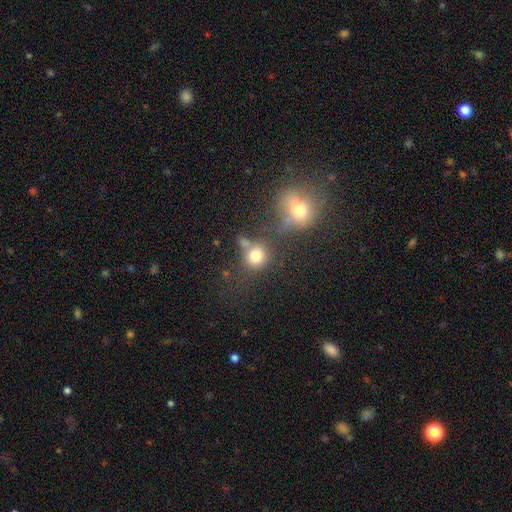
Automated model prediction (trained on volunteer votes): Smooth or featured: smooth — 76% (star or artifact — 14%)
How rounded: round — 81% (in between — 18%)
Merging: none — 54% (merger — 27%)